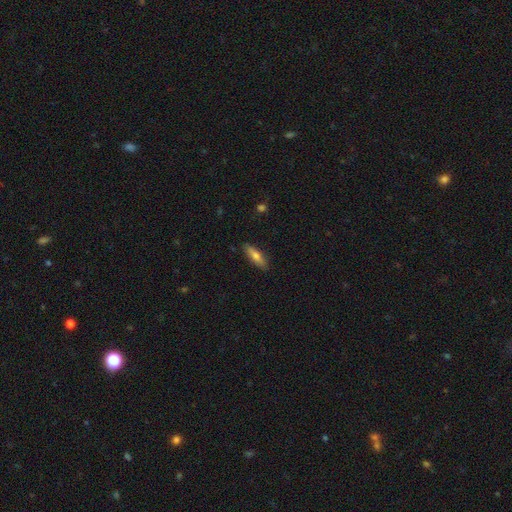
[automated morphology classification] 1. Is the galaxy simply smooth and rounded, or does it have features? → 67% smooth, 27% featured or disk, 6% star or artifact.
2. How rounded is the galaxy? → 58% cigar-shaped, 39% in between, 2% round.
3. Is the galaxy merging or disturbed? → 86% none, 11% minor disturbance, 2% major disturbance, 1% merger.